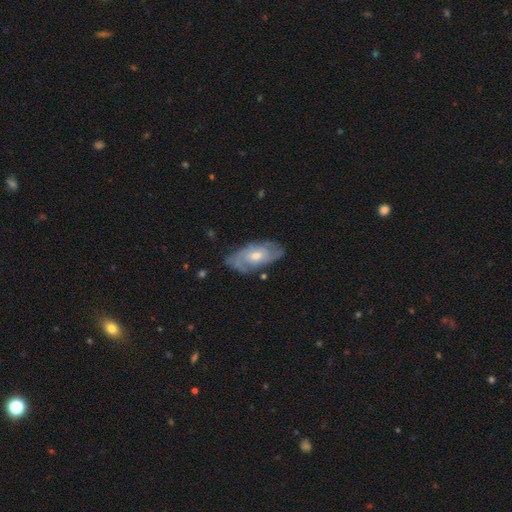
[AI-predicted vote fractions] Overall: featured or disk (69%). Edge-on disk: no (90%). Bar: no (65%; weak 31%). Spiral arms: yes (82%). Spiral arm count: can't tell (45%; 2 34%). Spiral winding: tight (51%; medium 37%). Bulge size: moderate (64%; small 27%). Merging: none (72%).